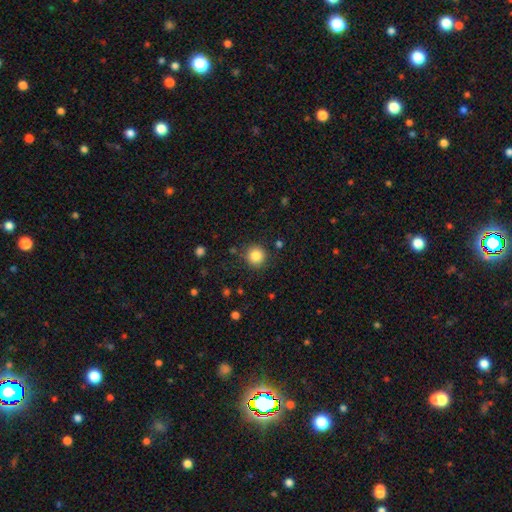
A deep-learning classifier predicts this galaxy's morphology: Smooth or featured: smooth — 85% (star or artifact — 10%)
How rounded: round — 94% (in between — 6%)
Merging: none — 88% (minor disturbance — 8%)